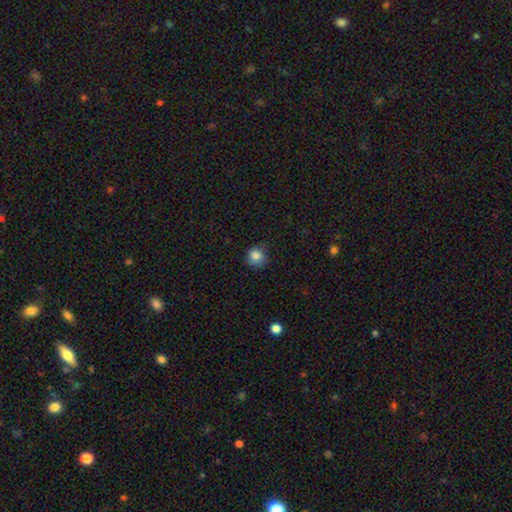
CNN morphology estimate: Q: Smooth or featured?
A: smooth (84%); runner-up: star or artifact (11%)
Q: How rounded?
A: round (90%); runner-up: in between (10%)
Q: Merging?
A: none (75%); runner-up: minor disturbance (20%)